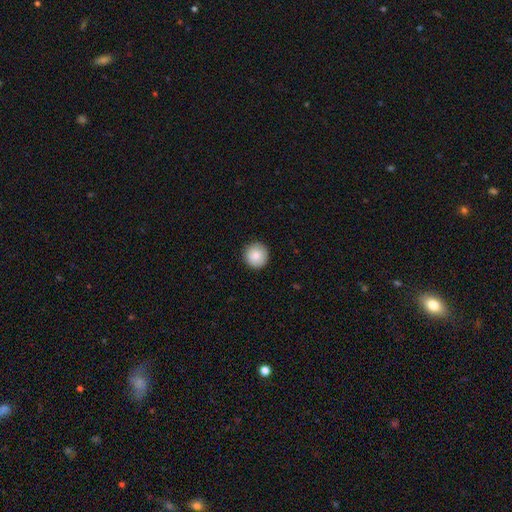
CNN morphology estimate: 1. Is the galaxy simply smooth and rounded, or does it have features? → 87% smooth, 8% star or artifact, 6% featured or disk.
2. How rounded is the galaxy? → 96% round, 3% in between, 1% cigar-shaped.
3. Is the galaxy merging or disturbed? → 92% none, 6% minor disturbance, 2% major disturbance, 1% merger.